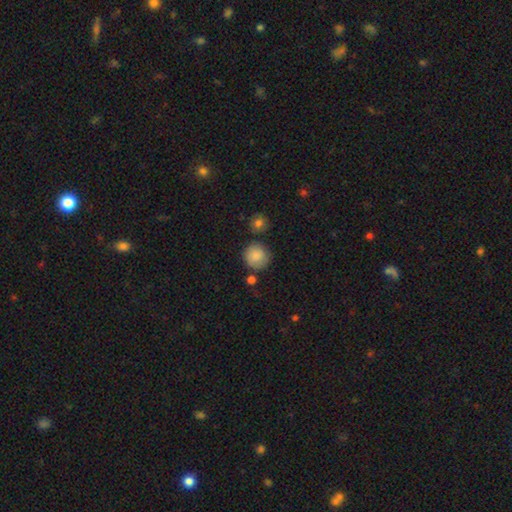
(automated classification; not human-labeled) smooth_or_featured: smooth (p=0.86) [alt: star or artifact p=0.08]
how_rounded: round (p=0.91) [alt: in between p=0.08]
merging: none (p=0.77) [alt: minor disturbance p=0.14]